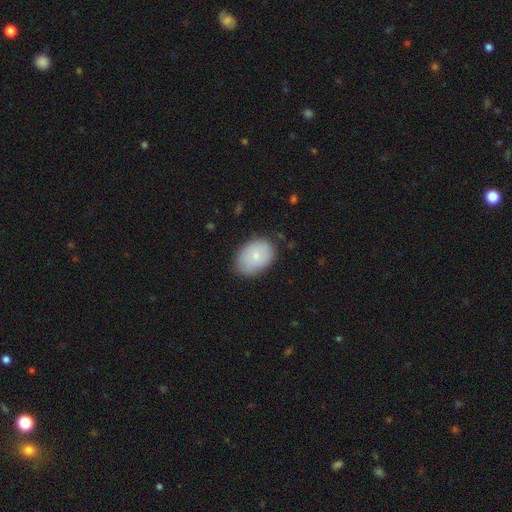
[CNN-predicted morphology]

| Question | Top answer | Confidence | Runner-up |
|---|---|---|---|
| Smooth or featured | smooth | 78% | featured or disk (15%) |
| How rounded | in between | 81% | round (18%) |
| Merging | none | 79% | minor disturbance (16%) |